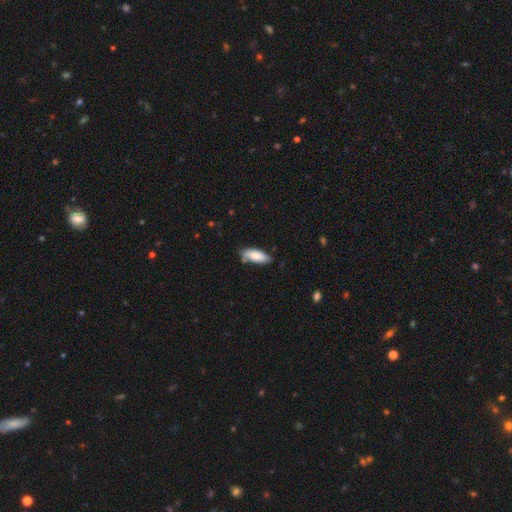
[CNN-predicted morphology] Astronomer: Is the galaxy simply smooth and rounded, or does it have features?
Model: smooth — 80%.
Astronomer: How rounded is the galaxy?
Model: in between — 72%.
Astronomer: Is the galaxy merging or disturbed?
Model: none — 71%.